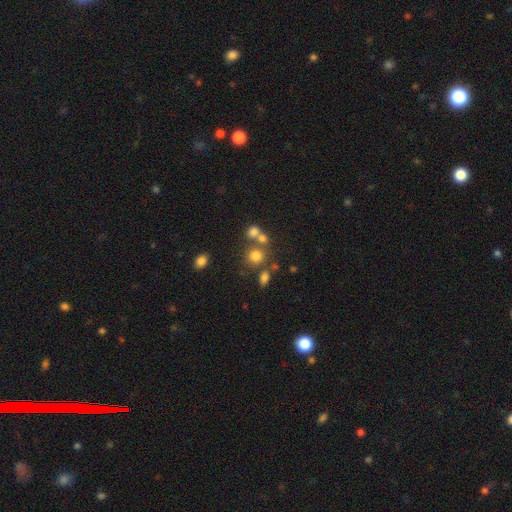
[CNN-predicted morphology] Smooth or featured: smooth — 73% (star or artifact — 16%)
How rounded: round — 80% (in between — 18%)
Merging: none — 59% (merger — 25%)